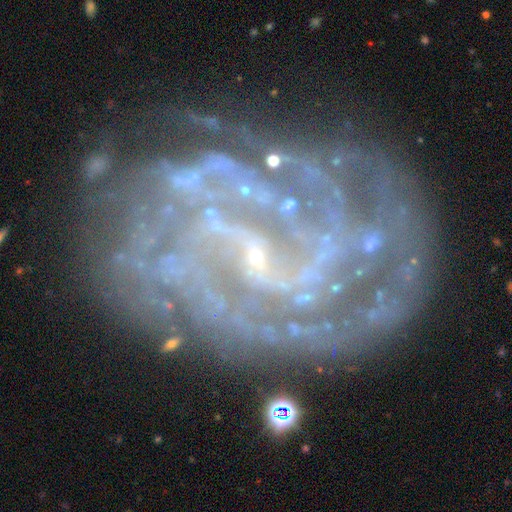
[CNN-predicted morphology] Smooth or featured?
  - featured or disk: 90% *
  - star or artifact: 6%
  - smooth: 4%
Edge-on disk?
  - no: 98% *
  - yes: 2%
Bar?
  - weak: 43% *
  - no: 31%
  - strong: 26%
Spiral arms?
  - yes: 96% *
  - no: 4%
Spiral winding?
  - tight: 53% *
  - medium: 36%
  - loose: 10%
Spiral arm count?
  - can't tell: 24% *
  - 2: 22%
  - 3: 18%
  - 4: 17%
  - more than 4: 11%
  - 1: 8%
Bulge size?
  - small: 76% *
  - none: 16%
  - moderate: 6%
  - large: 1%
  - dominant: 1%
Merging?
  - none: 66% *
  - minor disturbance: 19%
  - major disturbance: 12%
  - merger: 3%